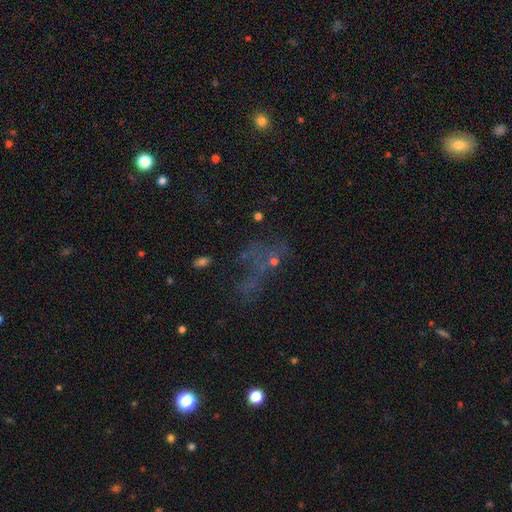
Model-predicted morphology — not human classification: Smooth or featured? Predicted: star or artifact (p=0.39).